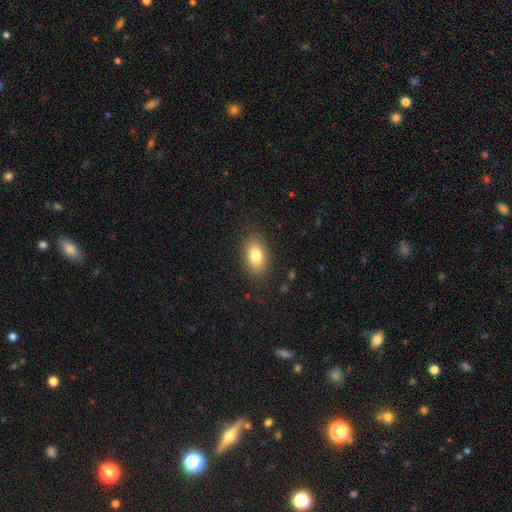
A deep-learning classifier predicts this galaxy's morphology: A smooth galaxy with no disk features (80%) that is in between round and cigar-shaped (88%). Merging: none (85%).